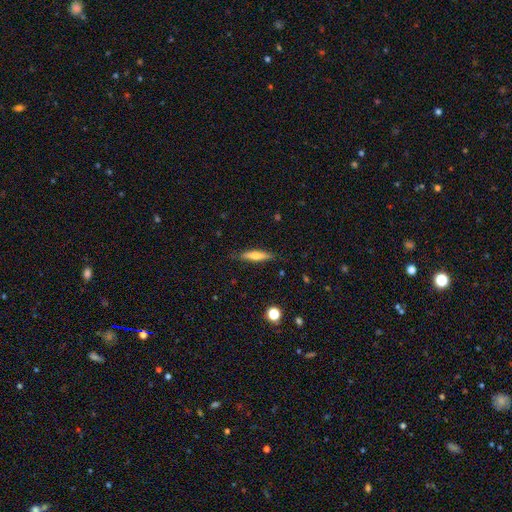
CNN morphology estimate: This appears to be a smooth galaxy with no disk features (64%) that is cigar-shaped (78%). Merging: none (85%).